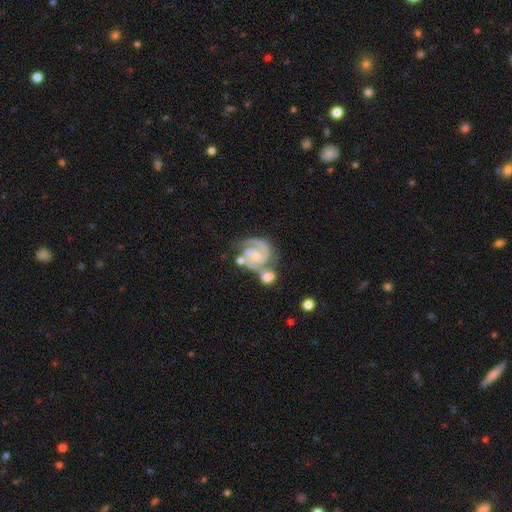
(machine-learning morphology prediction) This is clearly a featured or disk galaxy (90%). It is clearly not viewed edge-on (98%). Bar: possibly no (57%). Spiral arm pattern: clearly yes (98%). Spiral arm count: likely 2 (80%). Spiral winding: possibly tight (48%). Central bulge: possibly small (53%). Merging: marginally merger (39%).